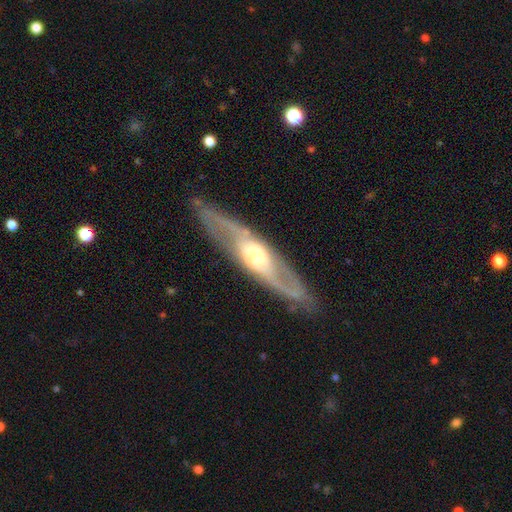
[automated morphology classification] Overall: featured or disk (76%). Edge-on disk: no (56%; yes 44%). Merging: none (80%).